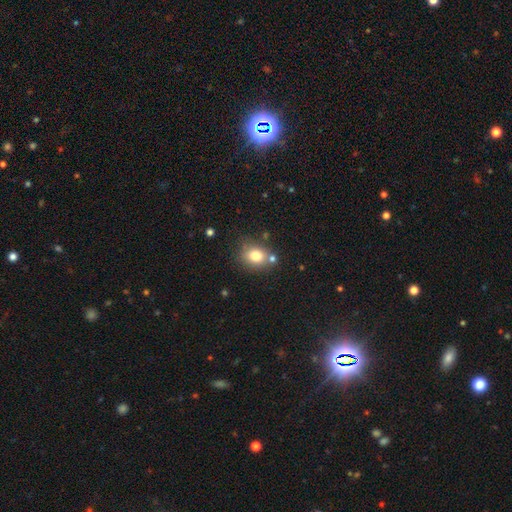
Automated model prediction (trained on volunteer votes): This is likely a smooth galaxy (77%). How rounded: likely round (60%). Merging: likely none (68%).